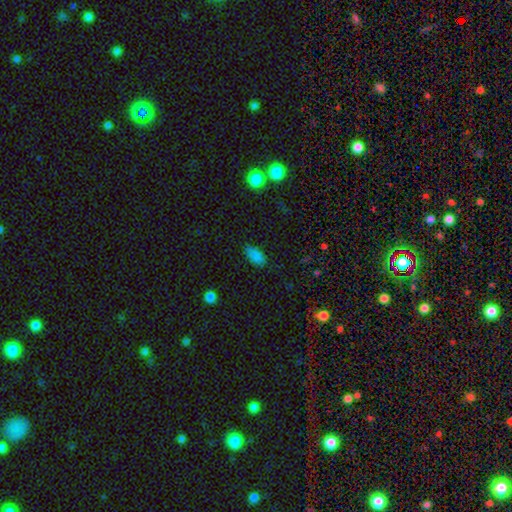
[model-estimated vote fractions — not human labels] This is clearly a smooth galaxy (83%). How rounded: clearly in between (92%). Merging: likely none (77%).